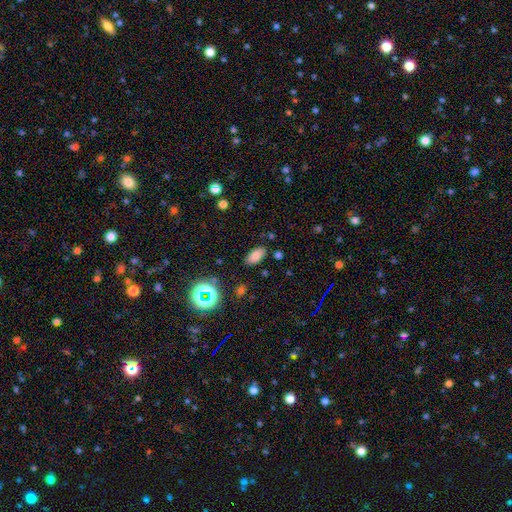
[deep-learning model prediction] This is likely a smooth galaxy (78%). How rounded: clearly in between (91%). Merging: clearly none (85%).